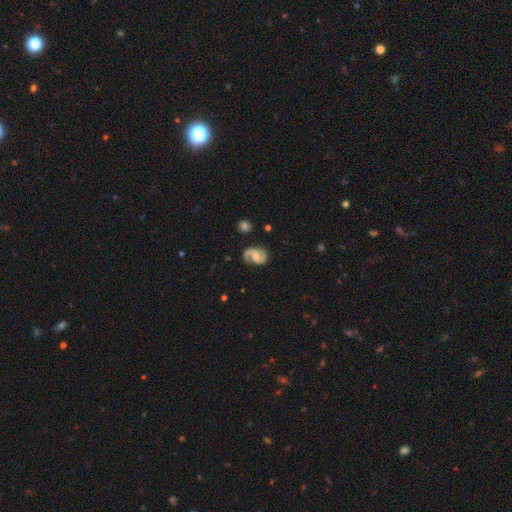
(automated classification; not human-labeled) Morphology: type=featured or disk (86%); edge-on=no (98%); bar=no (49%); spiral arms=yes (97%); winding=medium (55%); arm count=2 (93%); bulge=moderate (36%); merging=none (79%).